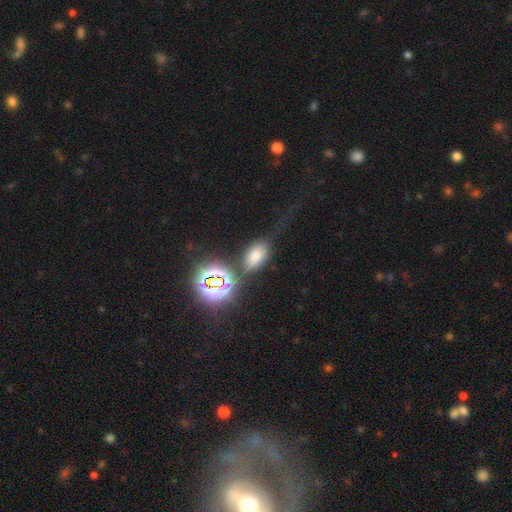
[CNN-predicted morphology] smooth 61%, star or artifact 26%, featured or disk 12%. Down the decision tree: how rounded — in between (88%); merging — none (65%).